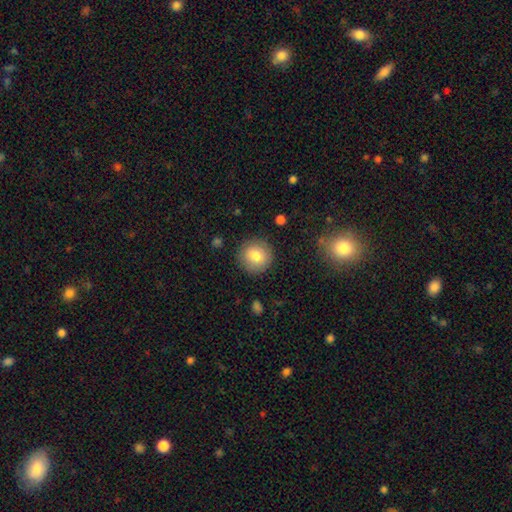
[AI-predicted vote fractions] This appears to be a smooth galaxy with no disk features (81%) that is round (92%). Merging: none (88%).